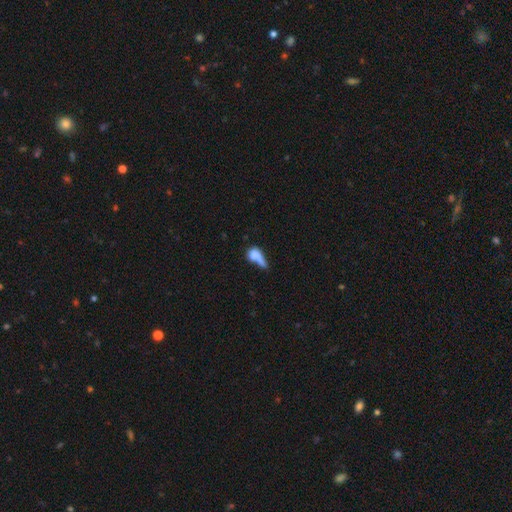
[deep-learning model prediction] This is likely a smooth galaxy (65%). How rounded: possibly in between (55%). Merging: marginally merger (30%).